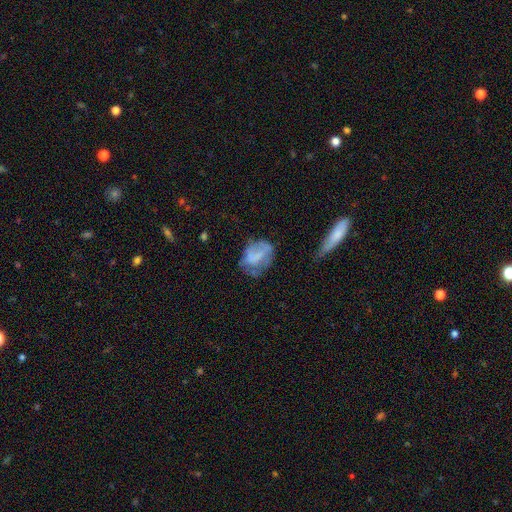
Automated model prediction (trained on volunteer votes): smooth 51%, featured or disk 39%, star or artifact 10%. Down the decision tree: how rounded — in between (69%); merging — none (40%).